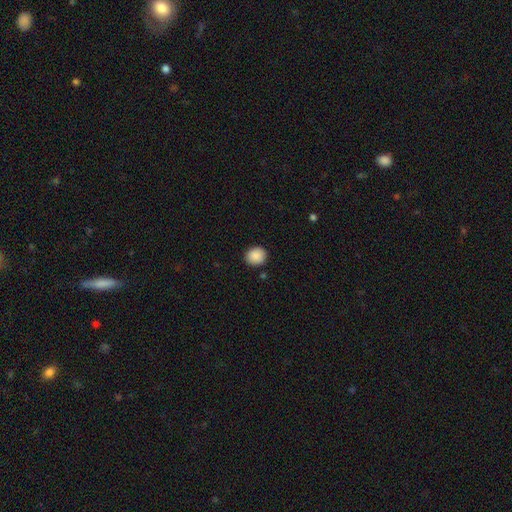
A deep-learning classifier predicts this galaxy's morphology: smooth_or_featured: smooth (p=0.89) [alt: star or artifact p=0.08]
how_rounded: round (p=0.76) [alt: in between p=0.23]
merging: none (p=0.89) [alt: minor disturbance p=0.08]